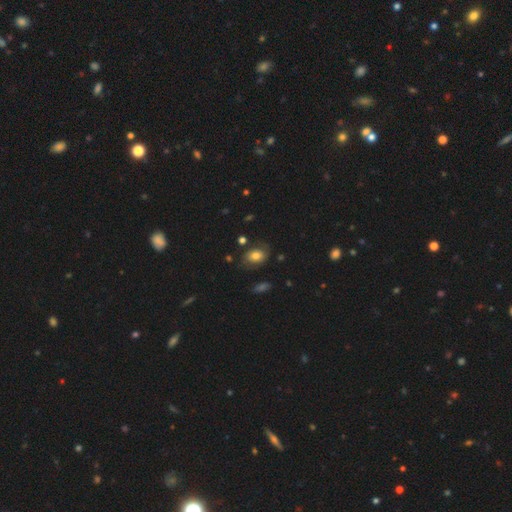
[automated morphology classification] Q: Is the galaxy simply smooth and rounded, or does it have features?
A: smooth — 62%.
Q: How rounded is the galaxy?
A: in between — 73%.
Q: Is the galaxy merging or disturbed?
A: none — 65%.